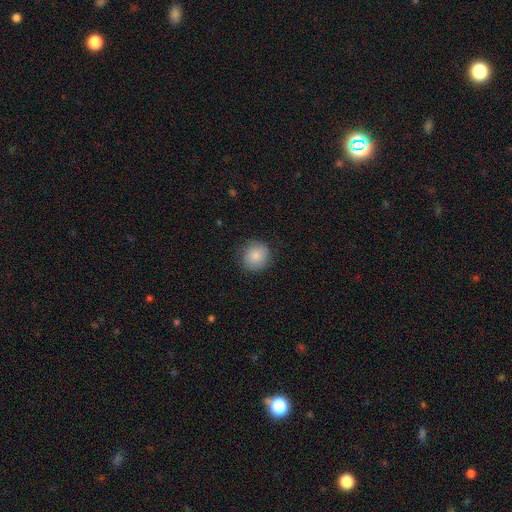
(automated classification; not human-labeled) The model was most divided on "merging": none: 84%, minor disturbance: 12%, major disturbance: 3%, merger: 1%. More confident: how rounded — round (89%); smooth or featured — smooth (85%).